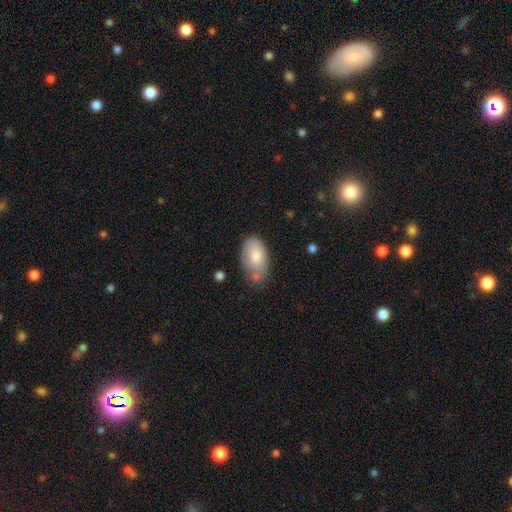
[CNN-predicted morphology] Smooth or featured: smooth — 78% (featured or disk — 16%)
How rounded: in between — 93% (round — 5%)
Merging: none — 55% (minor disturbance — 26%)